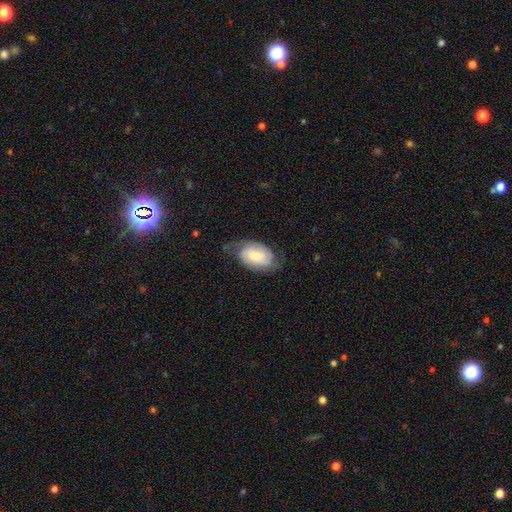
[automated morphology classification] Smooth or featured: featured or disk — 49% (smooth — 44%)
Merging: none — 55% (minor disturbance — 27%)